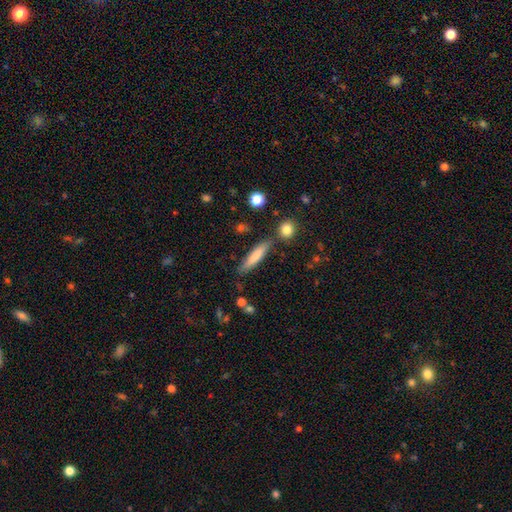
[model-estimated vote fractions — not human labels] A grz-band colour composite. It shows a smooth galaxy with no disk features (62%) that is cigar-shaped (84%). Merging: none (81%).